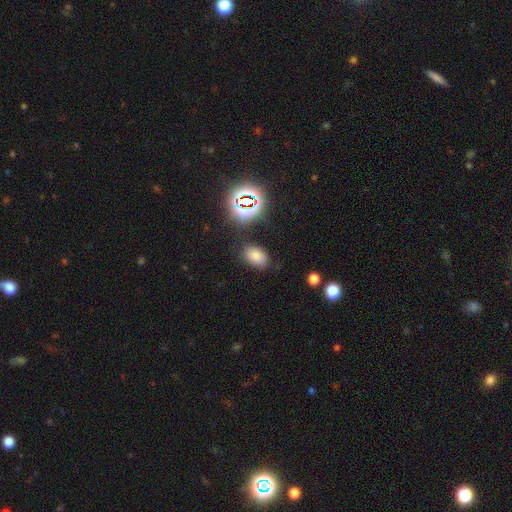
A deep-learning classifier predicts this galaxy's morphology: The model was most divided on "smooth or featured": smooth: 73%, star or artifact: 20%, featured or disk: 7%. More confident: how rounded — in between (84%); merging — none (79%).